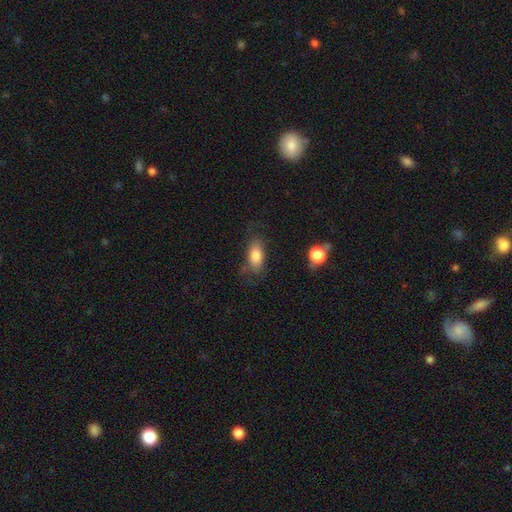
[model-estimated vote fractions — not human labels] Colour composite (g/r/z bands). It shows a smooth galaxy with no disk features (80%) that is in between round and cigar-shaped (87%). Merging: none (70%).